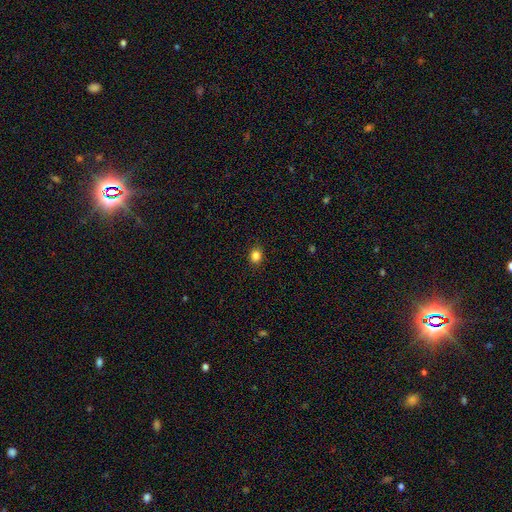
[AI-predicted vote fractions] Smooth or featured? Predicted: smooth (p=0.84). How rounded? Predicted: round (p=0.60). Merging? Predicted: none (p=0.90).